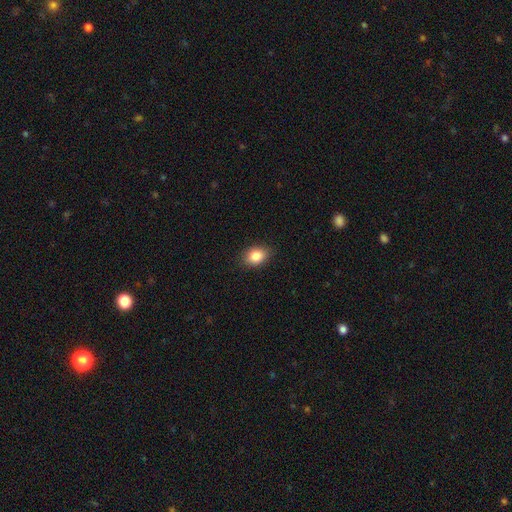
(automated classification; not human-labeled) smooth_or_featured: smooth (p=0.84) [alt: star or artifact p=0.09]
how_rounded: in between (p=0.70) [alt: round p=0.28]
merging: none (p=0.87) [alt: minor disturbance p=0.10]